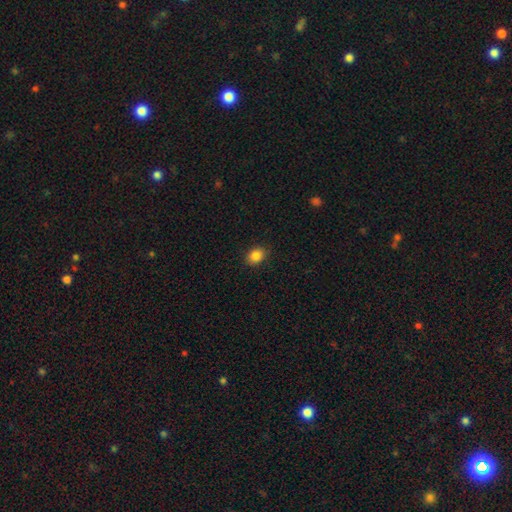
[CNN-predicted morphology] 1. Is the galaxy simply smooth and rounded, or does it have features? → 86% smooth, 10% star or artifact, 4% featured or disk.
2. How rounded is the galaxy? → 52% in between, 47% round, 1% cigar-shaped.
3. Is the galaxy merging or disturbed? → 88% none, 9% minor disturbance, 2% major disturbance, 1% merger.